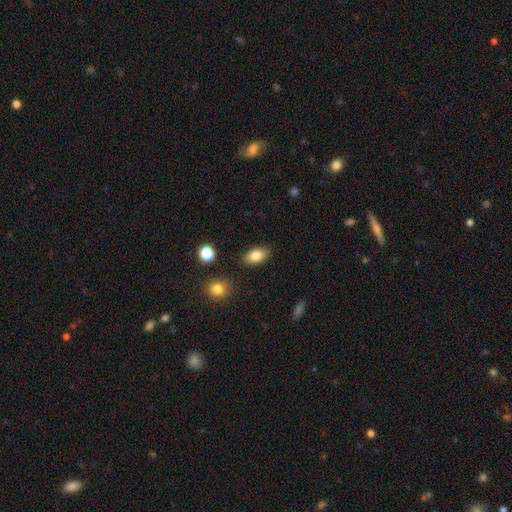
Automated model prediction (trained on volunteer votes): Overall: smooth (82%). How rounded: in between (89%). Merging: none (85%).